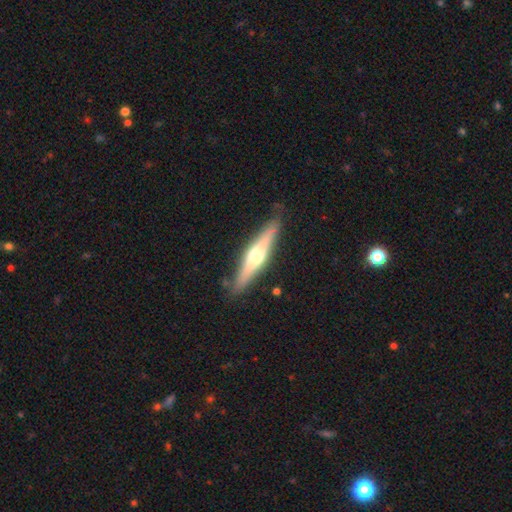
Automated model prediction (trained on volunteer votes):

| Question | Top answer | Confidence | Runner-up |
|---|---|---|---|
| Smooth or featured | featured or disk | 61% | smooth (34%) |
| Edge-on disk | yes | 96% | no (4%) |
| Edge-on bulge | rounded | 89% | boxy (6%) |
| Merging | none | 86% | minor disturbance (10%) |